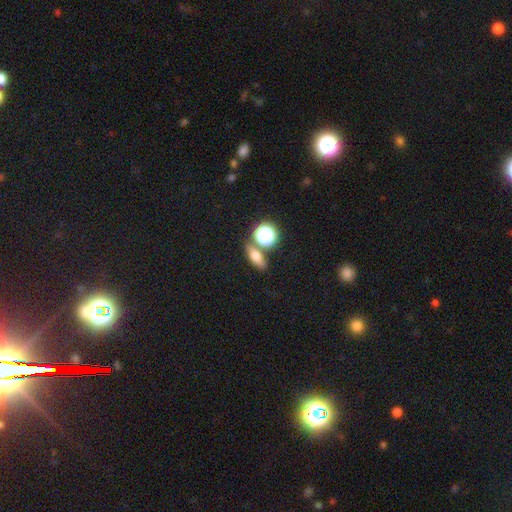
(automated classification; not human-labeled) Smooth or featured? Predicted: smooth (p=0.63). How rounded? Predicted: in between (p=0.54). Merging? Predicted: none (p=0.71).